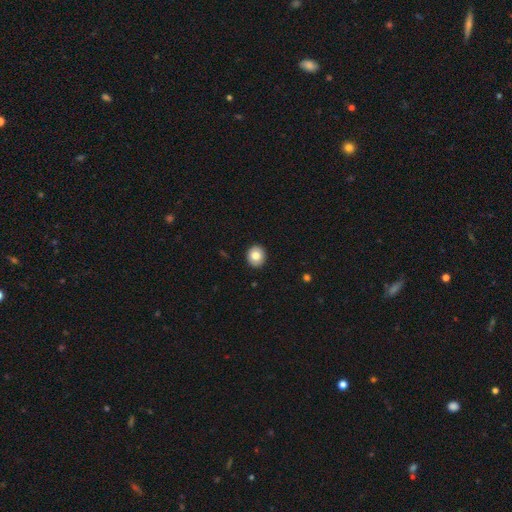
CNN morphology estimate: A smooth galaxy with no disk features (79%) that is round (80%). Merging: none (92%).